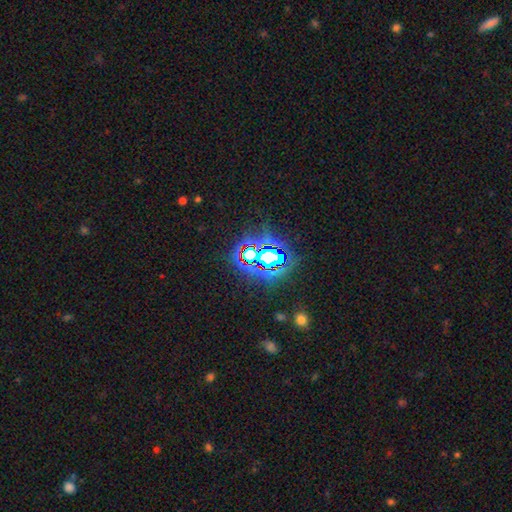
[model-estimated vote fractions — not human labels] The model was most divided on "smooth or featured": star or artifact: 74%, smooth: 13%, featured or disk: 12%.